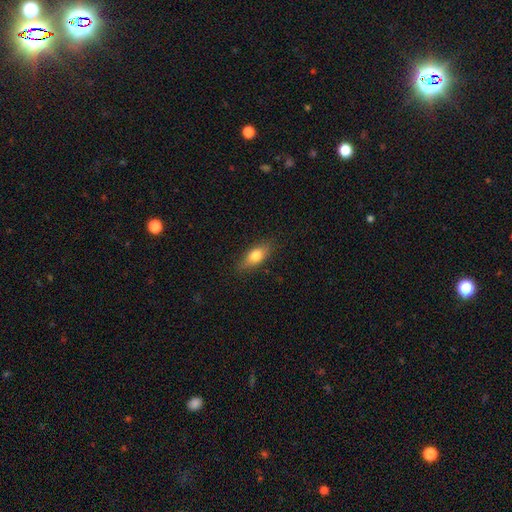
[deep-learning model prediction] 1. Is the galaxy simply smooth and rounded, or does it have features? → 73% smooth, 20% featured or disk, 7% star or artifact.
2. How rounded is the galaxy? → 74% in between, 21% cigar-shaped, 5% round.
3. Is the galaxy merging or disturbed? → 84% none, 13% minor disturbance, 3% major disturbance, 1% merger.